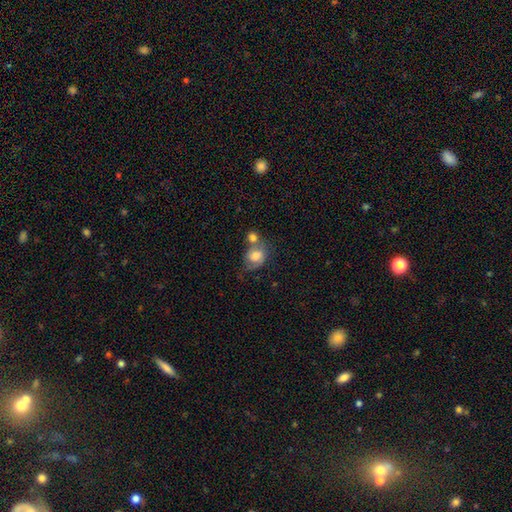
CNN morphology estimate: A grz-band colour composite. It shows a smooth galaxy with no disk features (70%) that is round (57%). Merging: merger (44%).